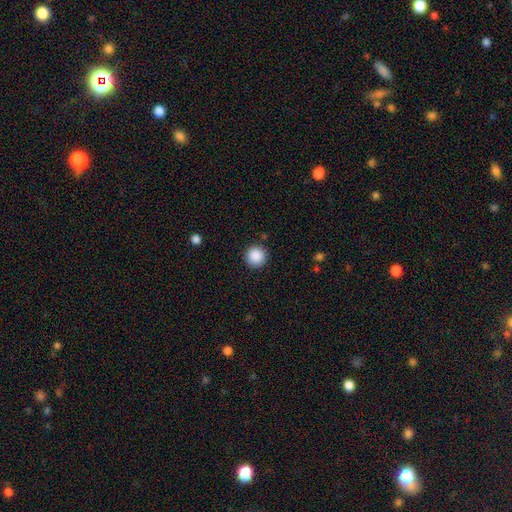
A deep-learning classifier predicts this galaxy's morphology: This appears to be a smooth galaxy with no disk features (88%) that is round (96%). Merging: none (91%).